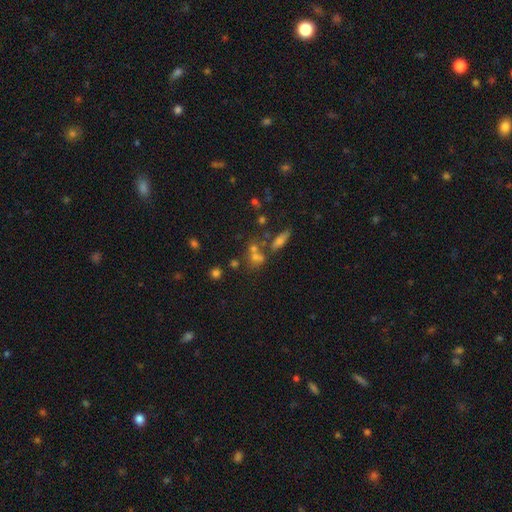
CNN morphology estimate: A smooth galaxy with no disk features (43%).

Vote fractions:
- Smooth or featured? smooth: 43% / star or artifact: 33% / featured or disk: 23%
- Merging? none: 47% / merger: 36% / minor disturbance: 10% / major disturbance: 7%